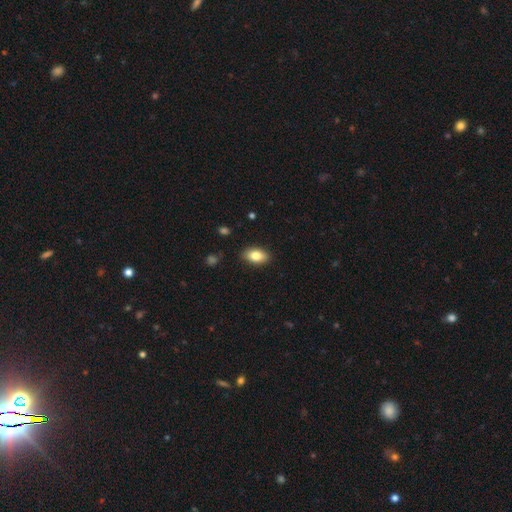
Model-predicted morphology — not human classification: A smooth galaxy with no disk features (83%) that is in between round and cigar-shaped (91%).

Vote fractions:
- Smooth or featured? smooth: 83% / featured or disk: 10% / star or artifact: 7%
- How rounded? in between: 91% / round: 6% / cigar-shaped: 3%
- Merging? none: 87% / minor disturbance: 9% / major disturbance: 2% / merger: 1%